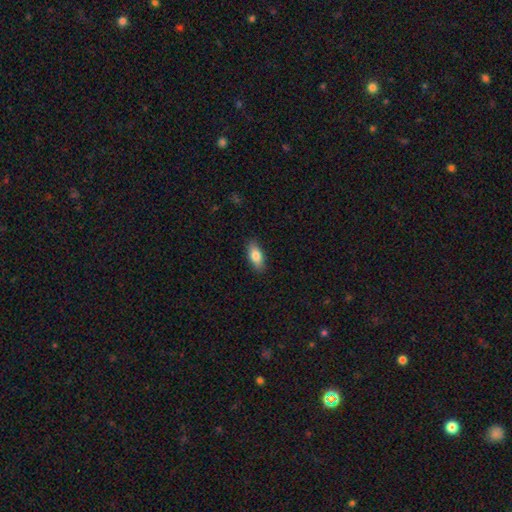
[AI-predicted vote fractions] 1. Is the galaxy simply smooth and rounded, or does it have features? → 82% smooth, 12% featured or disk, 7% star or artifact.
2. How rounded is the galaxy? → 85% in between, 12% cigar-shaped, 3% round.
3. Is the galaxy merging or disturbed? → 88% none, 9% minor disturbance, 2% major disturbance, 1% merger.